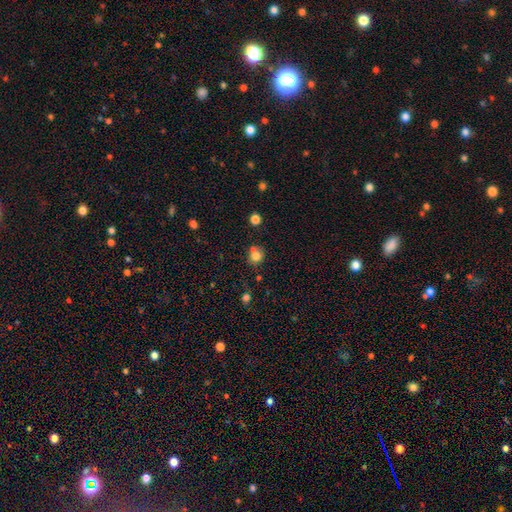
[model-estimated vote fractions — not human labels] This is likely a smooth galaxy (78%). How rounded: clearly round (81%). Merging: possibly none (56%).